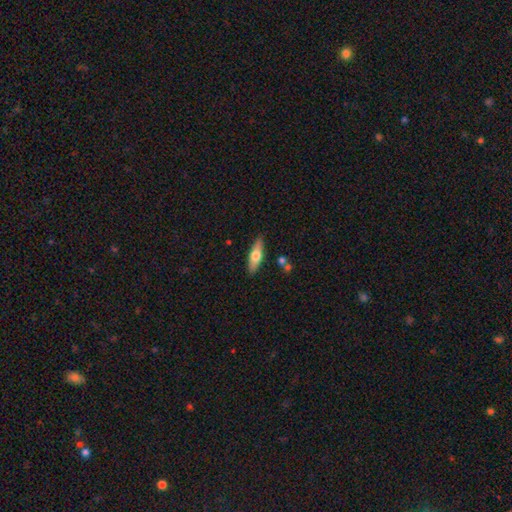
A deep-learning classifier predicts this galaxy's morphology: A smooth galaxy with no disk features (53%) that is cigar-shaped (56%).

Vote fractions:
- Smooth or featured? smooth: 53% / featured or disk: 41% / star or artifact: 6%
- How rounded? cigar-shaped: 56% / in between: 42% / round: 3%
- Merging? none: 86% / minor disturbance: 9% / merger: 3% / major disturbance: 2%